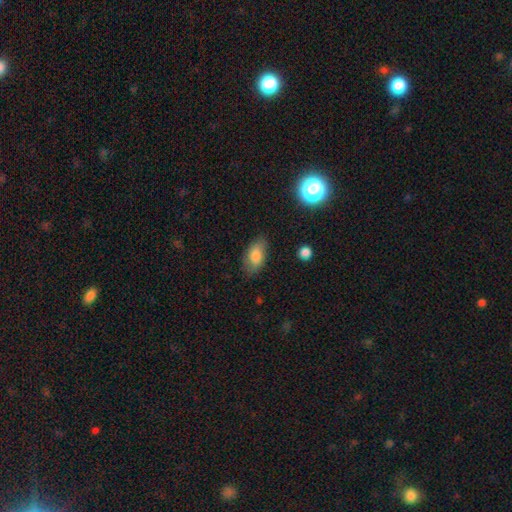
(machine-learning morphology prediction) type=smooth (80%); roundness=in between (91%); merging=none (77%).